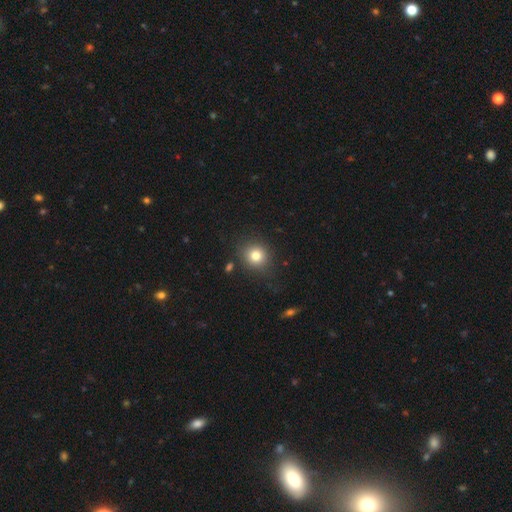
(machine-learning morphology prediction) Smooth or featured? Predicted: smooth (p=0.80). How rounded? Predicted: round (p=0.84). Merging? Predicted: none (p=0.83).